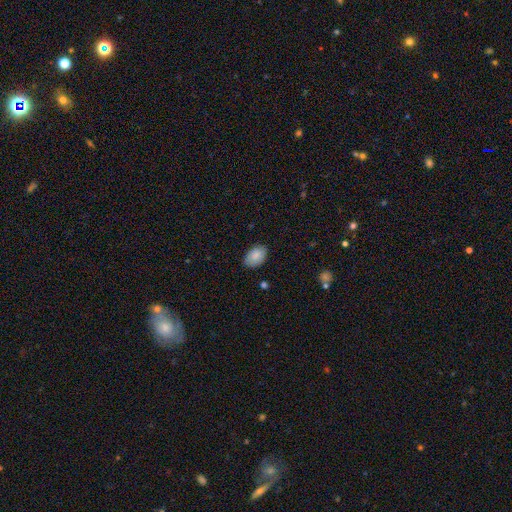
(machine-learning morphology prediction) Smooth or featured: smooth — 87% (star or artifact — 7%)
How rounded: in between — 88% (round — 11%)
Merging: none — 82% (minor disturbance — 14%)